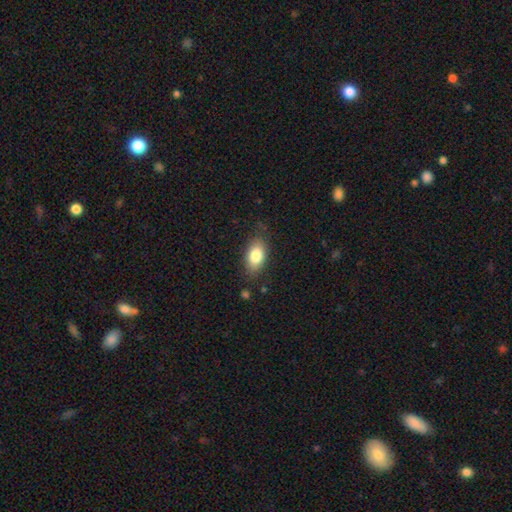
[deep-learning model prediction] smooth_or_featured: smooth (p=0.81) [alt: featured or disk p=0.11]
how_rounded: in between (p=0.90) [alt: round p=0.06]
merging: none (p=0.79) [alt: minor disturbance p=0.15]